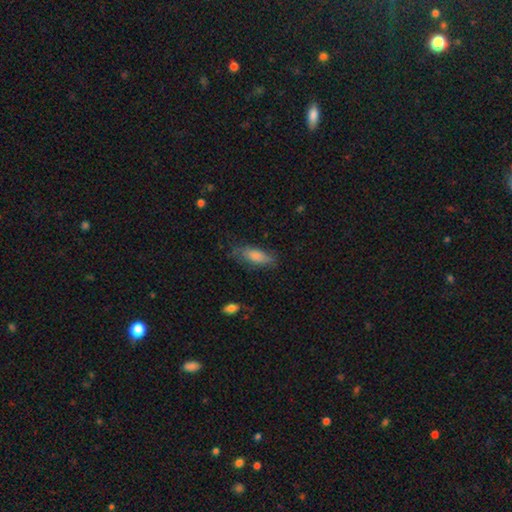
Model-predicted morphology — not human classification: Q: Smooth or featured?
A: smooth (72%); runner-up: featured or disk (19%)
Q: How rounded?
A: in between (60%); runner-up: cigar-shaped (38%)
Q: Merging?
A: none (70%); runner-up: minor disturbance (21%)